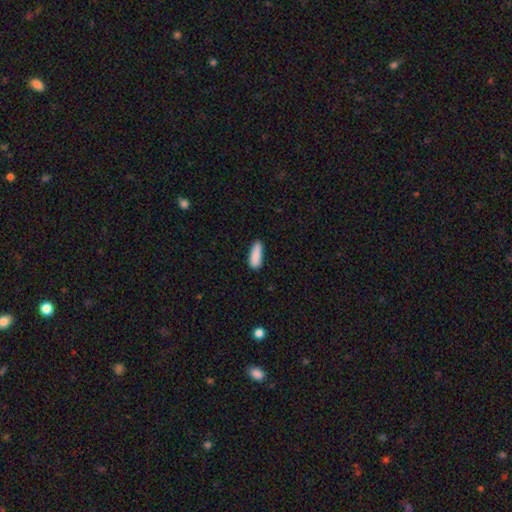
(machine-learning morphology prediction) Smooth or featured: smooth — 89% (star or artifact — 7%)
How rounded: in between — 58% (cigar-shaped — 40%)
Merging: none — 79% (minor disturbance — 17%)